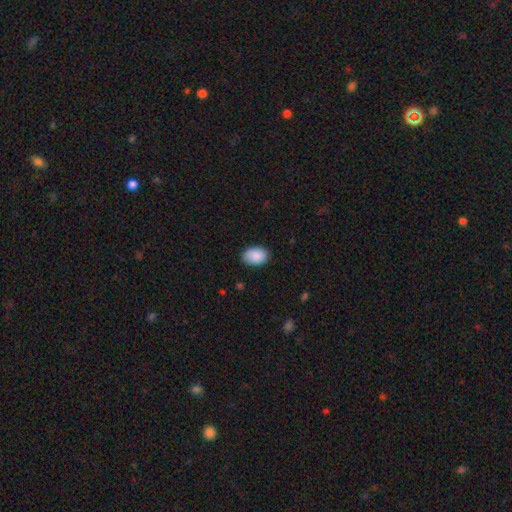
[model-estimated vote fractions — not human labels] Morphology: type=smooth (90%); roundness=in between (86%); merging=none (86%).